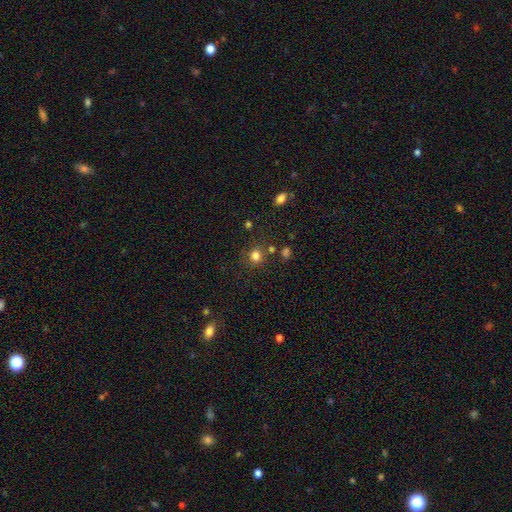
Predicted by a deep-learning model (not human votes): Morphology: type=smooth (79%); roundness=round (88%); merging=none (78%).